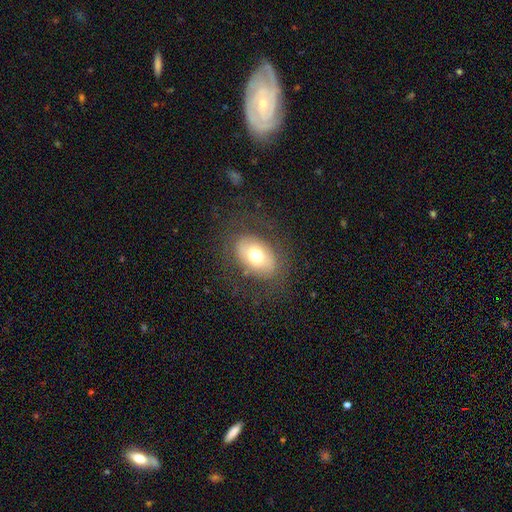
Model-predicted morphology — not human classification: Smooth or featured? smooth (62%)
How rounded? in between (82%)
Merging? none (76%)